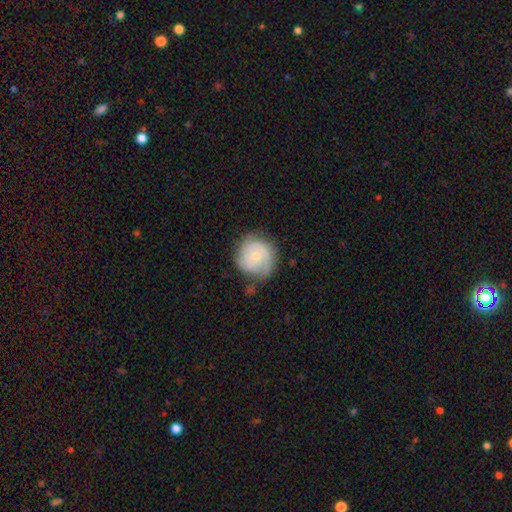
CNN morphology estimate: Q: Smooth or featured?
A: featured or disk (64%); runner-up: smooth (30%)
Q: Edge-on disk?
A: no (98%); runner-up: yes (2%)
Q: Bar?
A: no (77%); runner-up: weak (20%)
Q: Spiral arms?
A: yes (86%); runner-up: no (14%)
Q: Spiral winding?
A: tight (59%); runner-up: medium (30%)
Q: Spiral arm count?
A: 2 (39%); runner-up: can't tell (27%)
Q: Bulge size?
A: small (57%); runner-up: moderate (39%)
Q: Merging?
A: none (64%); runner-up: minor disturbance (24%)